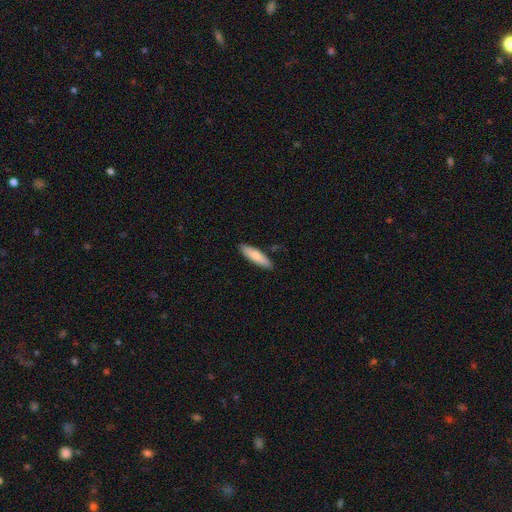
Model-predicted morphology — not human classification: A smooth galaxy with no disk features (78%) that is cigar-shaped (64%). Merging: none (87%).